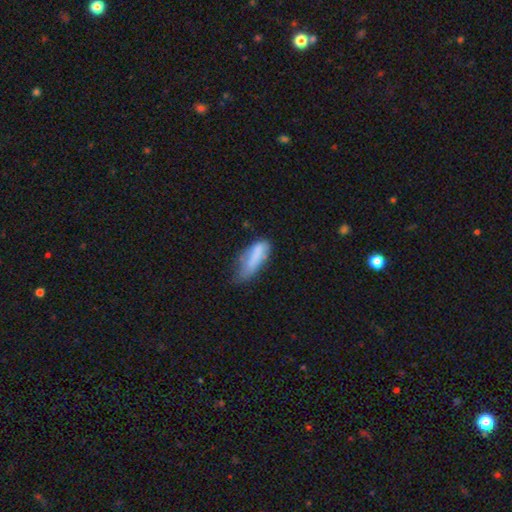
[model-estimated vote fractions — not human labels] Q: Smooth or featured?
A: smooth (74%); runner-up: featured or disk (18%)
Q: How rounded?
A: in between (63%); runner-up: cigar-shaped (35%)
Q: Merging?
A: minor disturbance (41%); runner-up: none (31%)